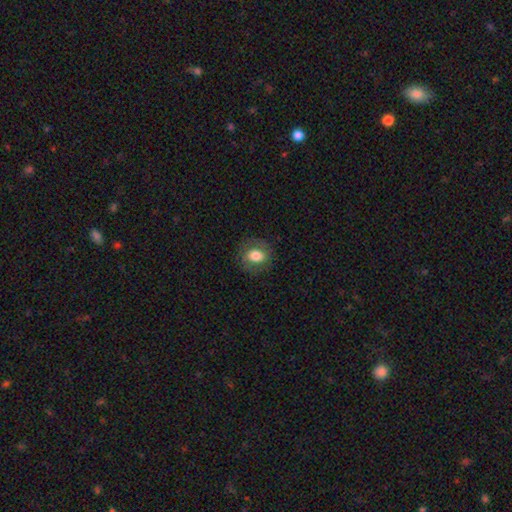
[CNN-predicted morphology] smooth-or-featured: smooth: 70% | featured or disk: 22% | star or artifact: 9%
  how-rounded: round: 56% | in between: 42% | cigar-shaped: 1%
  merging: none: 81% | minor disturbance: 13% | major disturbance: 6% | merger: 1%